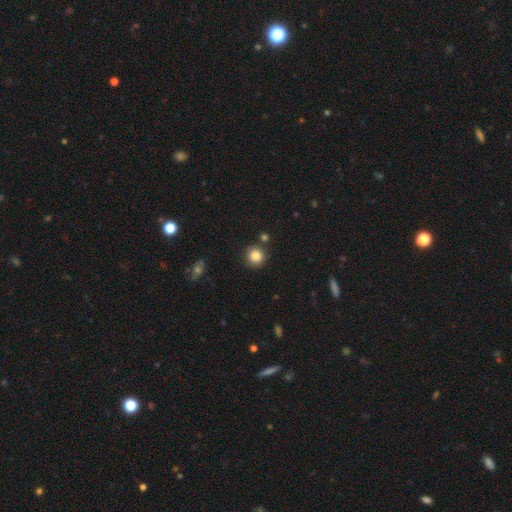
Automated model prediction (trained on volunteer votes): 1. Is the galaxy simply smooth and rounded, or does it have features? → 85% smooth, 10% star or artifact, 5% featured or disk.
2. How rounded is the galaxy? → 92% round, 7% in between, 1% cigar-shaped.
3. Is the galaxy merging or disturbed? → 84% none, 8% minor disturbance, 5% merger, 2% major disturbance.